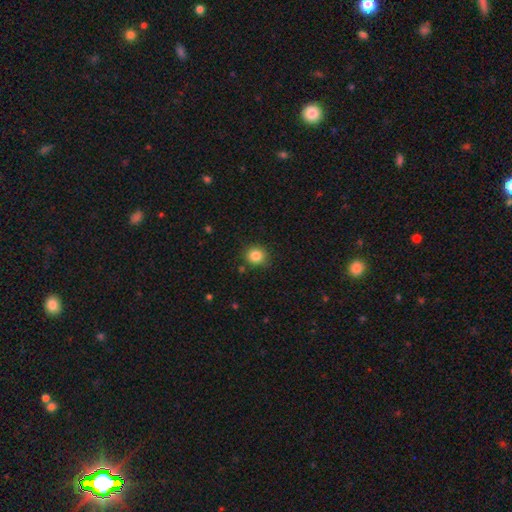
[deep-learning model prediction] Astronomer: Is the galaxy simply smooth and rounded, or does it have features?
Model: smooth — 85%.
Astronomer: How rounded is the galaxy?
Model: round — 87%.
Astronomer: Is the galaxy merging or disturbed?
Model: none — 86%.